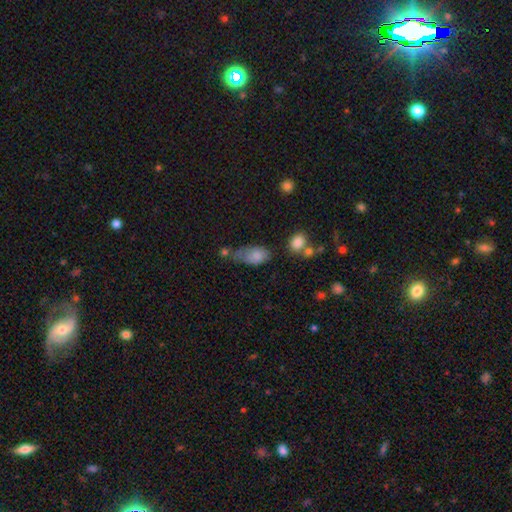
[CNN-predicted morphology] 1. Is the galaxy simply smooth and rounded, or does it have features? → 78% smooth, 13% featured or disk, 9% star or artifact.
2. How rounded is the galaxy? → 88% in between, 7% round, 5% cigar-shaped.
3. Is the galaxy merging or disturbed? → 36% minor disturbance, 30% none, 20% major disturbance, 14% merger.